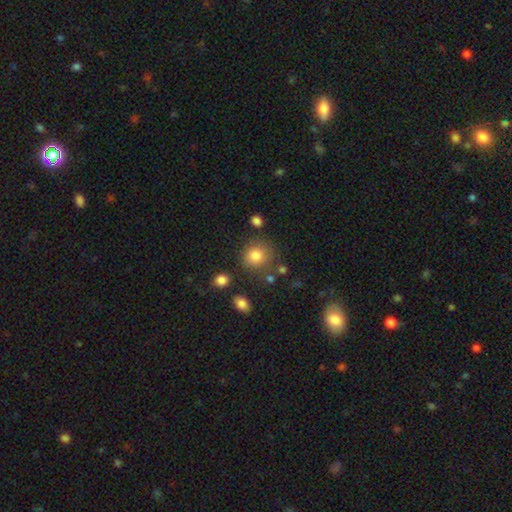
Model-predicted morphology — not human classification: Overall: smooth (82%). How rounded: round (86%). Merging: none (75%).